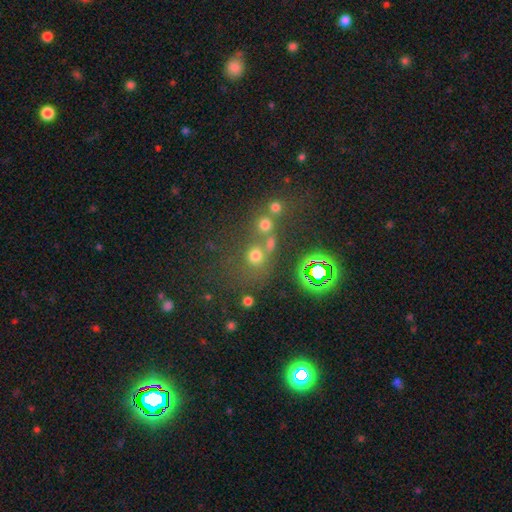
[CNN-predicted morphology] Smooth or featured: smooth — 61% (star or artifact — 29%)
How rounded: round — 83% (in between — 15%)
Merging: none — 57% (merger — 25%)